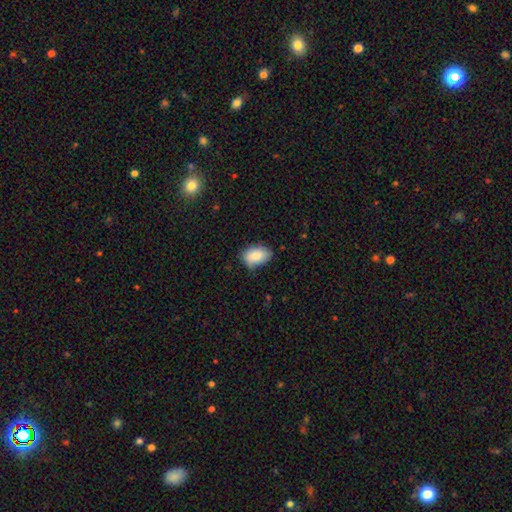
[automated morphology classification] The model was most divided on "merging": none: 70%, minor disturbance: 24%, major disturbance: 4%, merger: 1%. More confident: how rounded — in between (90%); smooth or featured — smooth (87%).